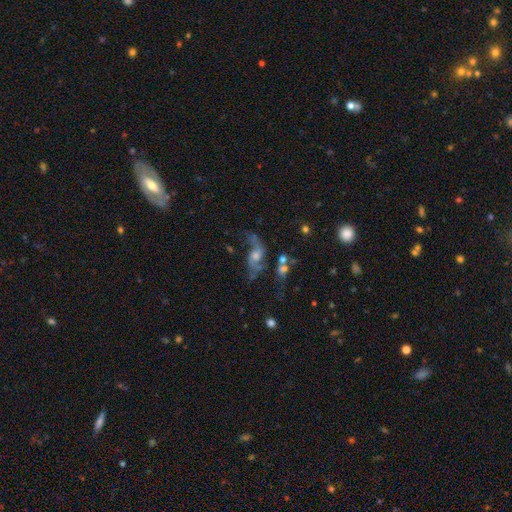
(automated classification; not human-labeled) The model was most divided on "merging": none: 41%, major disturbance: 27%, minor disturbance: 18%, merger: 14%. More confident: edge-on disk — no (92%); spiral arms — yes (86%); spiral arm count — 2 (82%); spiral winding — loose (77%); smooth or featured — featured or disk (72%); bar — no (65%); bulge size — moderate (52%).